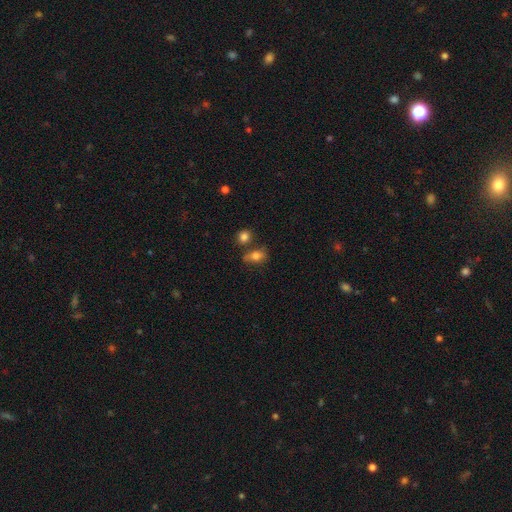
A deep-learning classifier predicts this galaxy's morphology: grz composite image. It shows a smooth galaxy with no disk features (75%) that is in between round and cigar-shaped (71%). Merging: none (51%).